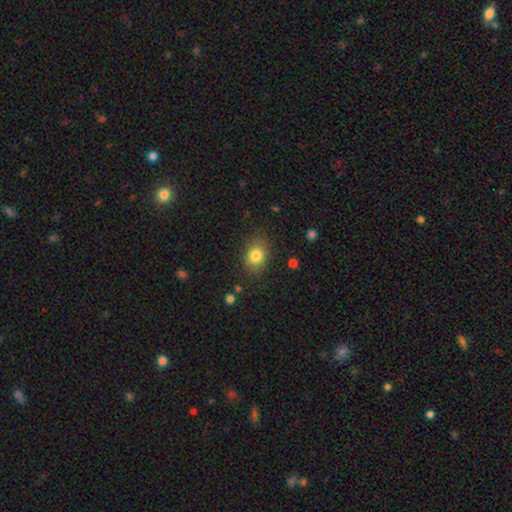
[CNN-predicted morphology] smooth_or_featured: smooth (p=0.82) [alt: star or artifact p=0.10]
how_rounded: in between (p=0.58) [alt: round p=0.41]
merging: none (p=0.83) [alt: minor disturbance p=0.12]